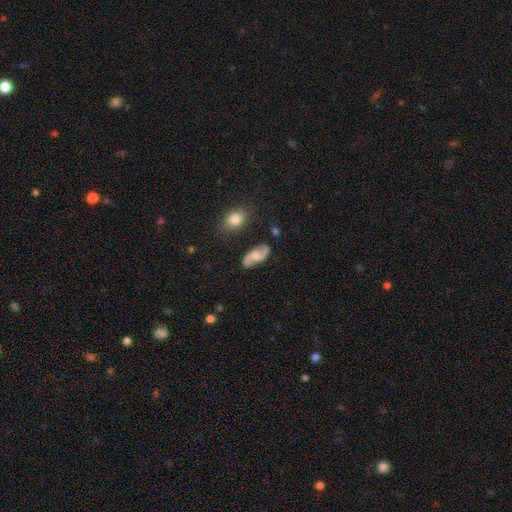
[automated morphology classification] This is likely a featured or disk galaxy (74%). It is clearly not viewed edge-on (96%). Bar: possibly no (53%). Spiral arm pattern: clearly yes (94%). Spiral arm count: clearly 2 (93%). Spiral winding: likely loose (67%). Central bulge: marginally none (31%). Merging: likely none (76%).